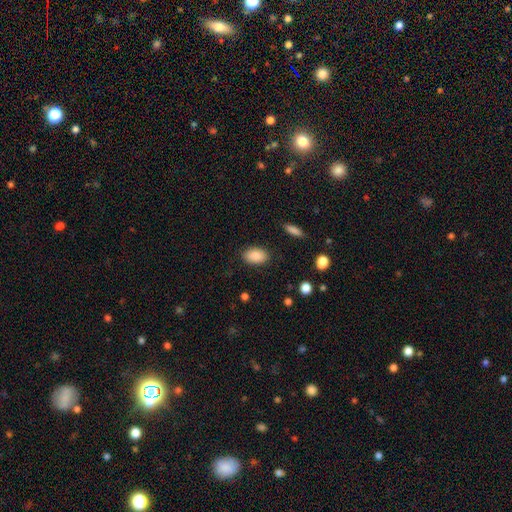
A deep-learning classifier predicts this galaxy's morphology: smooth-or-featured: smooth: 89% | star or artifact: 7% | featured or disk: 3%
  how-rounded: in between: 91% | round: 7% | cigar-shaped: 2%
  merging: none: 87% | minor disturbance: 9% | major disturbance: 3% | merger: 1%